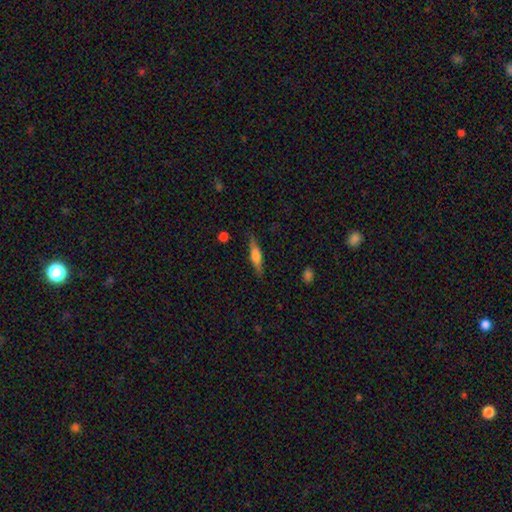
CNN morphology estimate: Smooth or featured?
  - featured or disk: 51% *
  - smooth: 43%
  - star or artifact: 7%
Edge-on disk?
  - yes: 94% *
  - no: 6%
Merging?
  - none: 86% *
  - minor disturbance: 10%
  - major disturbance: 3%
  - merger: 1%